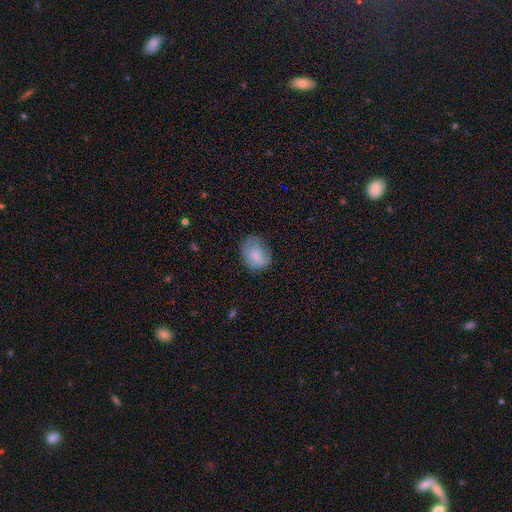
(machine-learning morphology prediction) This is likely a smooth galaxy (69%). How rounded: likely in between (64%). Merging: likely none (64%).